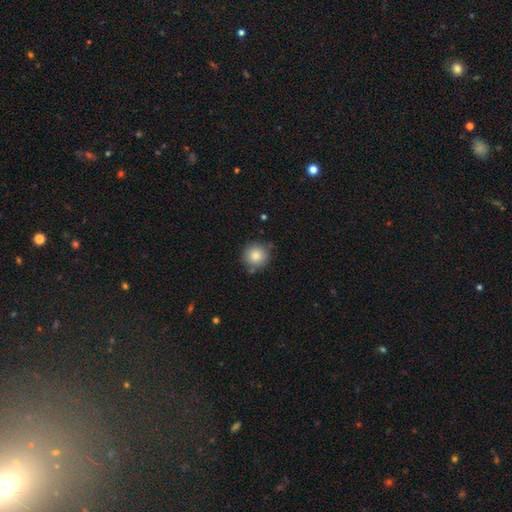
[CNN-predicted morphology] Smooth or featured? Predicted: smooth (p=0.84). How rounded? Predicted: round (p=0.93). Merging? Predicted: none (p=0.78).